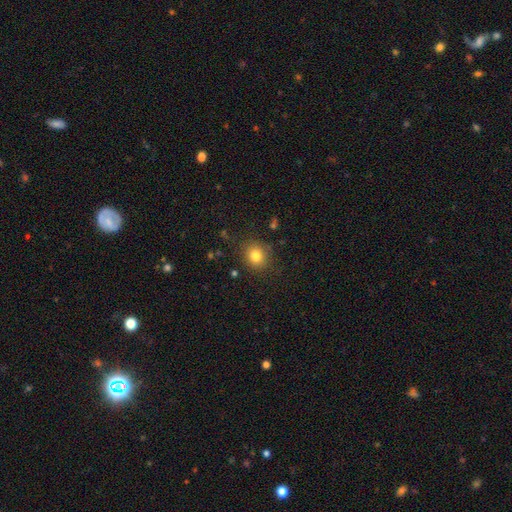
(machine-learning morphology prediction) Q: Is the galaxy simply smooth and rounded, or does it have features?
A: smooth — 82%.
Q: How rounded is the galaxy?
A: round — 73%.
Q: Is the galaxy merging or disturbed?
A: none — 85%.